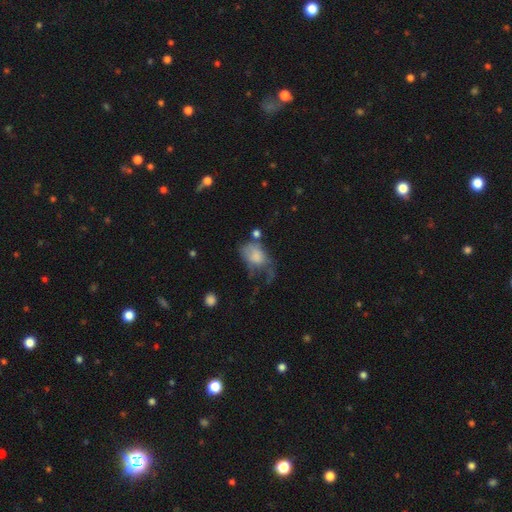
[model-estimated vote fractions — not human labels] Smooth or featured? smooth (62%)
How rounded? in between (80%)
Merging? major disturbance (52%)